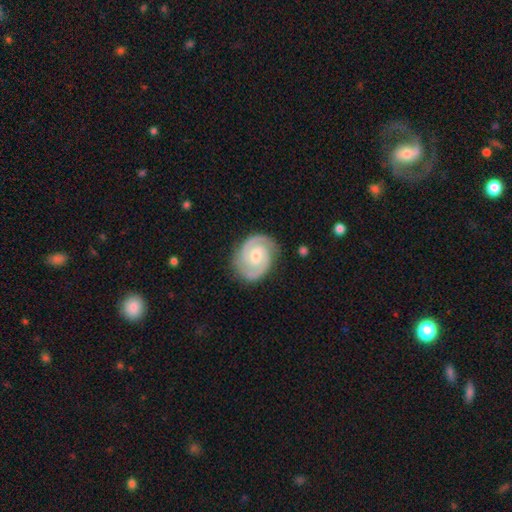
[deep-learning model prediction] Morphology: type=featured or disk (91%); edge-on=no (98%); bar=no (49%); spiral arms=yes (98%); winding=tight (67%); arm count=2 (91%); bulge=moderate (58%); merging=none (85%).